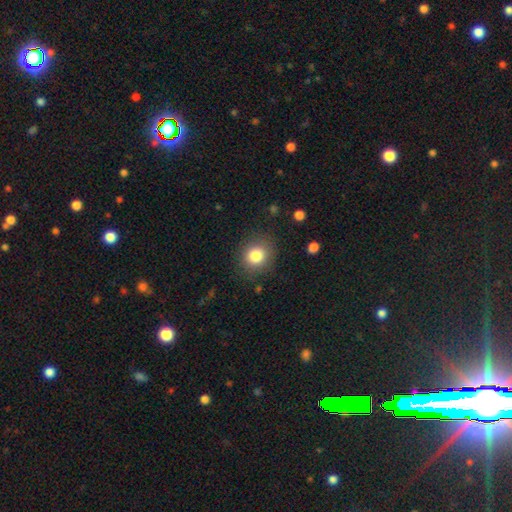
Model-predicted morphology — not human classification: A smooth galaxy with no disk features (83%) that is round (75%). Merging: none (84%).